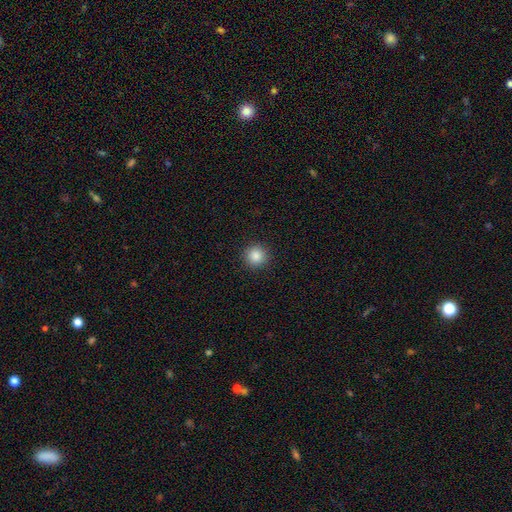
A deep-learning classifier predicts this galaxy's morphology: This appears to be a smooth galaxy with no disk features (86%) that is round (95%). Merging: none (92%).